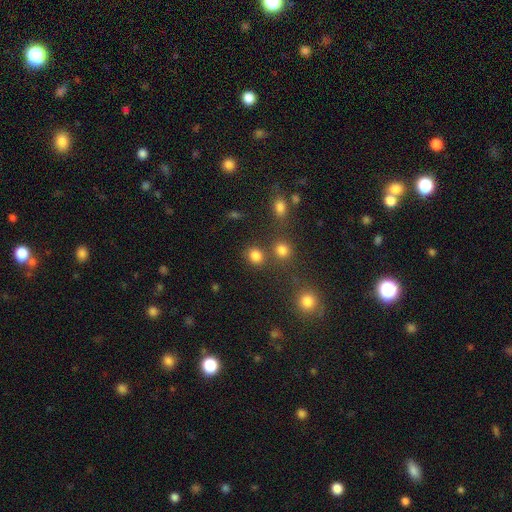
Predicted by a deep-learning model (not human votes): Smooth or featured? smooth (82%)
How rounded? round (75%)
Merging? none (73%)